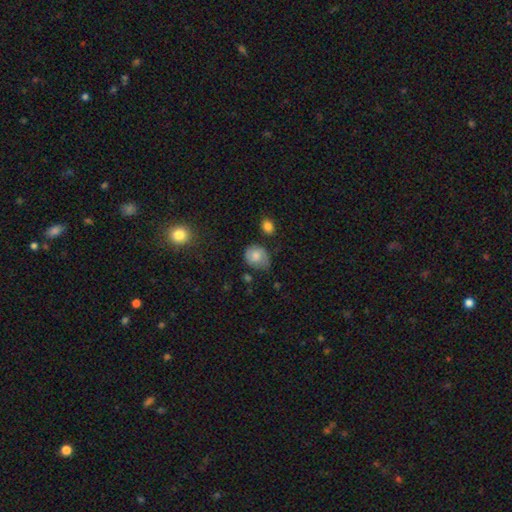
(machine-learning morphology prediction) Smooth or featured? Predicted: smooth (p=0.70). How rounded? Predicted: round (p=0.61). Merging? Predicted: none (p=0.49).